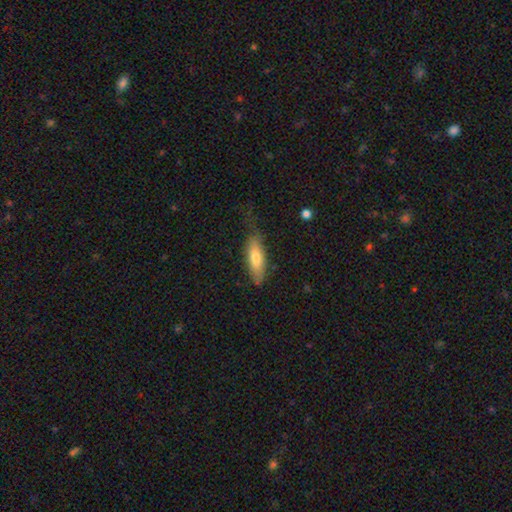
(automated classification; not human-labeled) The model was most divided on "how rounded": cigar-shaped: 51%, in between: 48%, round: 2%. More confident: smooth or featured — smooth (70%); merging — none (58%).